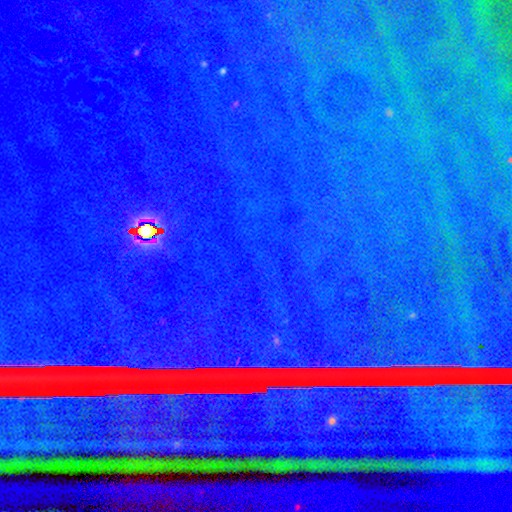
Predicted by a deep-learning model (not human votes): Morphology: type=star or artifact (87%).